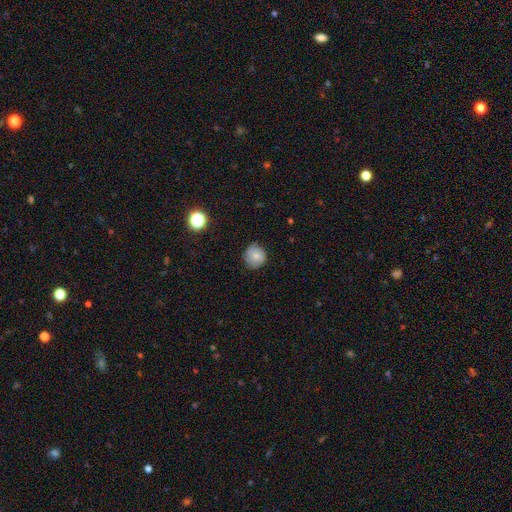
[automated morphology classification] Smooth or featured?
  - smooth: 70% *
  - featured or disk: 20%
  - star or artifact: 10%
How rounded?
  - round: 90% *
  - in between: 9%
  - cigar-shaped: 1%
Merging?
  - none: 75% *
  - minor disturbance: 20%
  - major disturbance: 4%
  - merger: 1%